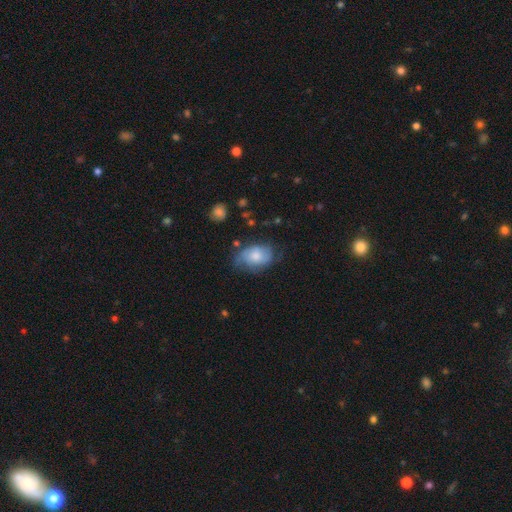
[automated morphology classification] Smooth or featured? smooth (58%)
How rounded? in between (82%)
Merging? none (53%)